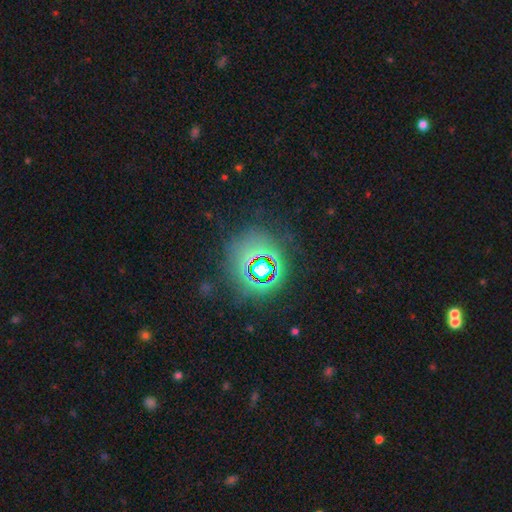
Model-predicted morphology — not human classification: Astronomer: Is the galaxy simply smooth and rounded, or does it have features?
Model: star or artifact — 74%.